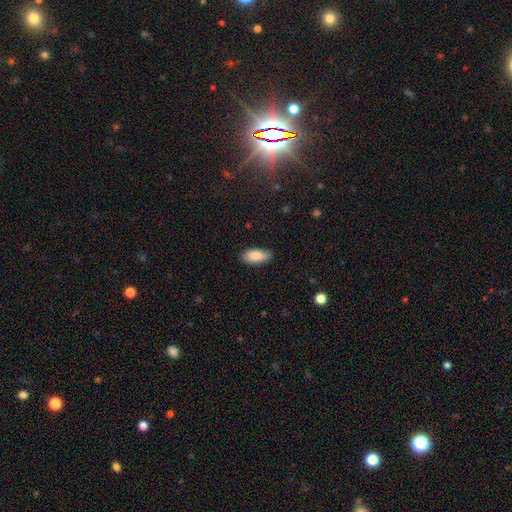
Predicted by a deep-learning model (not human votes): smooth-or-featured: smooth: 88% | star or artifact: 6% | featured or disk: 6%
  how-rounded: in between: 89% | cigar-shaped: 9% | round: 2%
  merging: none: 82% | minor disturbance: 15% | major disturbance: 2% | merger: 1%